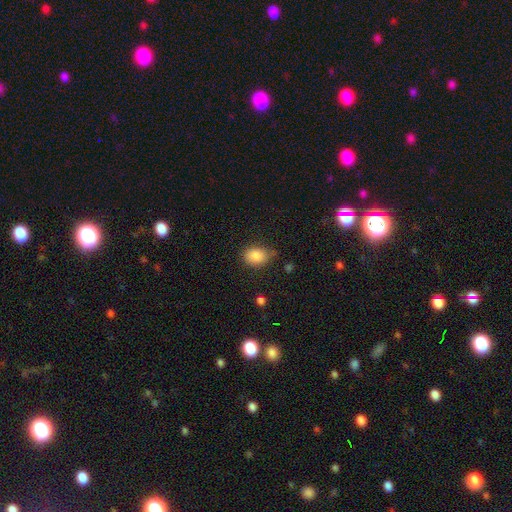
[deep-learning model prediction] Q: Smooth or featured?
A: smooth (86%); runner-up: star or artifact (9%)
Q: How rounded?
A: in between (64%); runner-up: round (35%)
Q: Merging?
A: none (65%); runner-up: minor disturbance (27%)